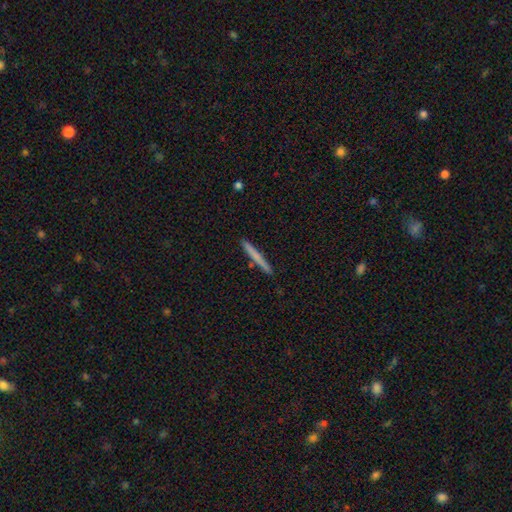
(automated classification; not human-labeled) smooth 68%, featured or disk 27%, star or artifact 5%. Down the decision tree: how rounded — cigar-shaped (97%); merging — none (91%).